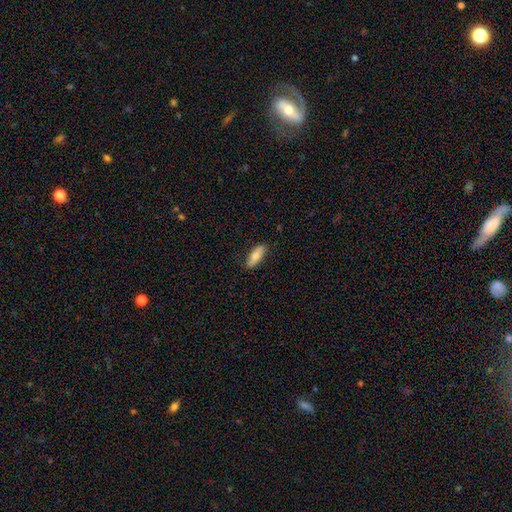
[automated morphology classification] Smooth or featured: smooth — 78% (featured or disk — 16%)
How rounded: in between — 64% (cigar-shaped — 34%)
Merging: none — 83% (minor disturbance — 14%)